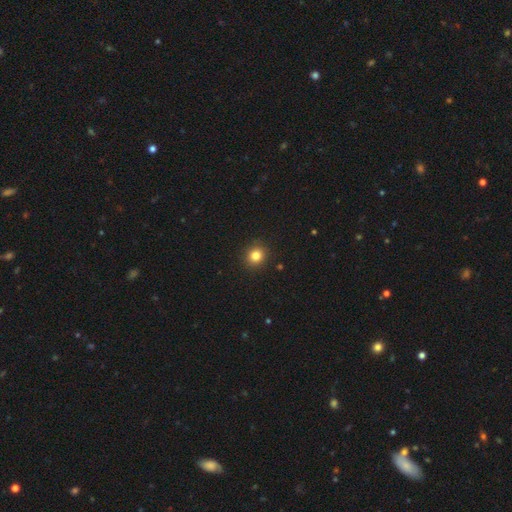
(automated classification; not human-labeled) smooth 83%, star or artifact 12%, featured or disk 5%. Down the decision tree: how rounded — round (86%); merging — none (91%).